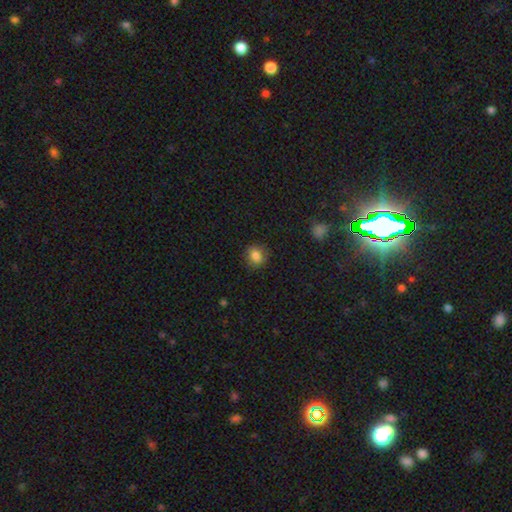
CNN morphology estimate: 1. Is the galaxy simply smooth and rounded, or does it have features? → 83% smooth, 11% star or artifact, 6% featured or disk.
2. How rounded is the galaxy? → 76% round, 23% in between, 1% cigar-shaped.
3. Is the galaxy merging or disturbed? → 87% none, 9% minor disturbance, 2% major disturbance, 1% merger.